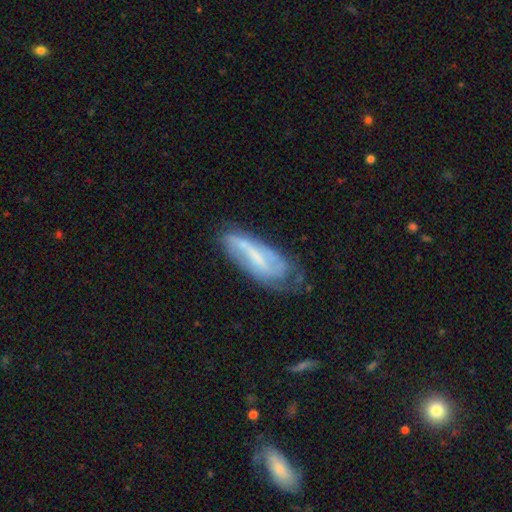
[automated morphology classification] Q: Smooth or featured?
A: featured or disk (63%); runner-up: smooth (29%)
Q: Edge-on disk?
A: no (82%); runner-up: yes (18%)
Q: Bar?
A: strong (43%); runner-up: weak (35%)
Q: Spiral arms?
A: yes (71%); runner-up: no (29%)
Q: Bulge size?
A: small (41%); runner-up: none (33%)
Q: Merging?
A: none (46%); runner-up: minor disturbance (33%)